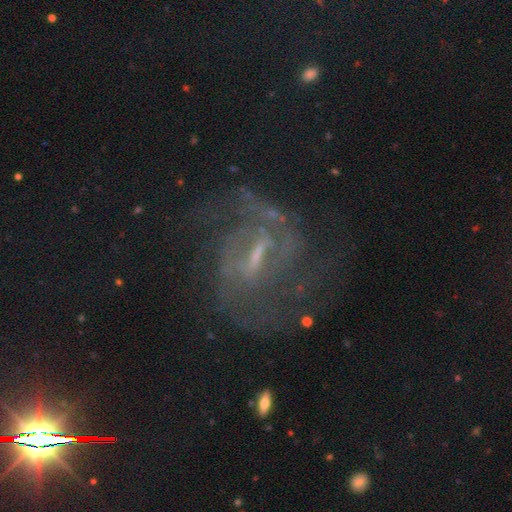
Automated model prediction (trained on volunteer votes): A featured or disk galaxy (83%) with a weak bar (44%, tied with strong), 2 (59%) medium (48%) spiral arms (88%) and a small central bulge (48%). Merging: none (58%).